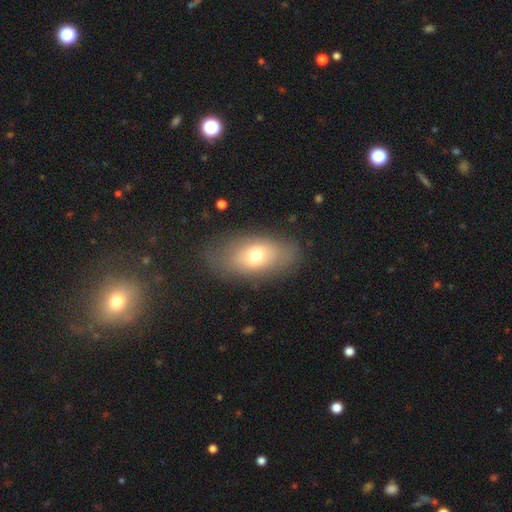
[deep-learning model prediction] This appears to be a smooth galaxy with no disk features (65%) that is in between round and cigar-shaped (89%). Merging: none (75%).